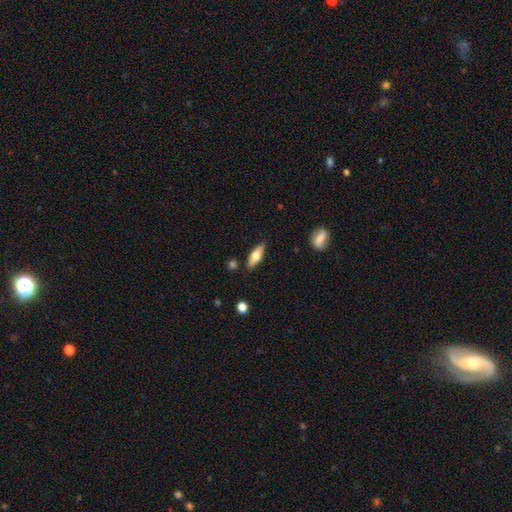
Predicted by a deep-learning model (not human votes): smooth 62%, featured or disk 32%, star or artifact 6%. Down the decision tree: how rounded — in between (58%); merging — none (85%).